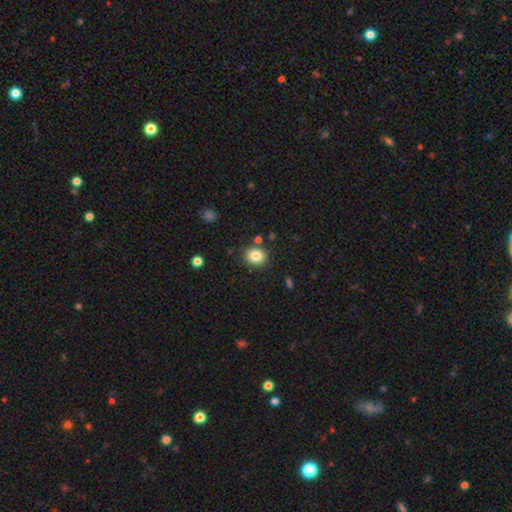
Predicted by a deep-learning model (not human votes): Smooth or featured: smooth — 83% (star or artifact — 10%)
How rounded: round — 69% (in between — 30%)
Merging: none — 84% (minor disturbance — 9%)